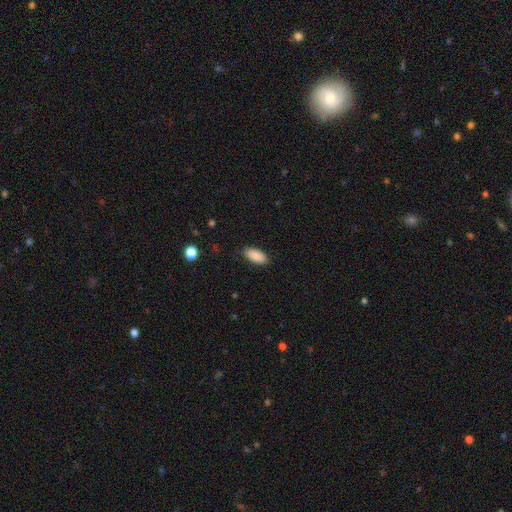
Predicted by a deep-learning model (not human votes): smooth 90%, star or artifact 7%, featured or disk 3%. Down the decision tree: how rounded — in between (90%); merging — none (87%).